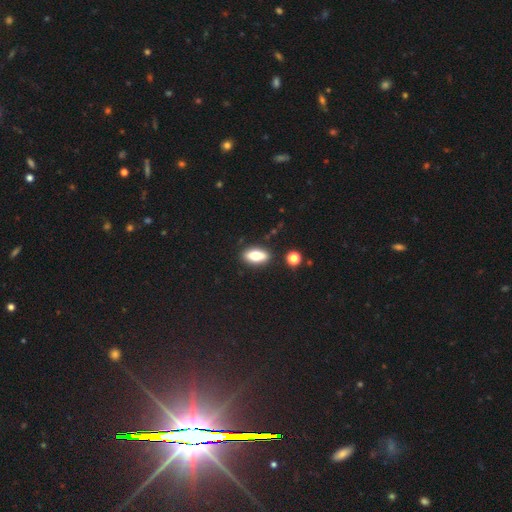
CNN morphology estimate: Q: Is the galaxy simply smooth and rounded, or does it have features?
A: smooth — 64%.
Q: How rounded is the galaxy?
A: in between — 77%.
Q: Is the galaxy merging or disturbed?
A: none — 85%.